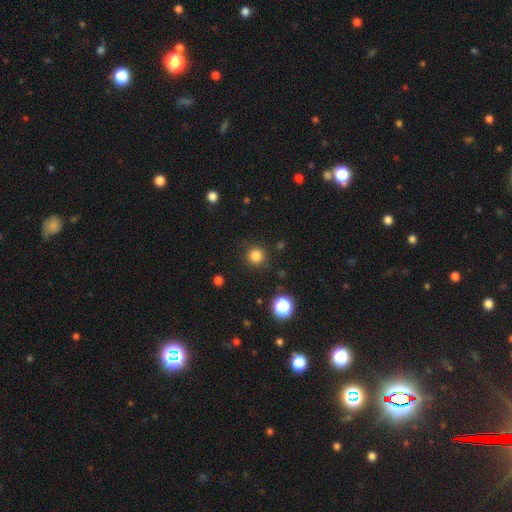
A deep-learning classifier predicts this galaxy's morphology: Q: Smooth or featured?
A: smooth (82%); runner-up: star or artifact (14%)
Q: How rounded?
A: round (95%); runner-up: in between (4%)
Q: Merging?
A: none (89%); runner-up: minor disturbance (7%)